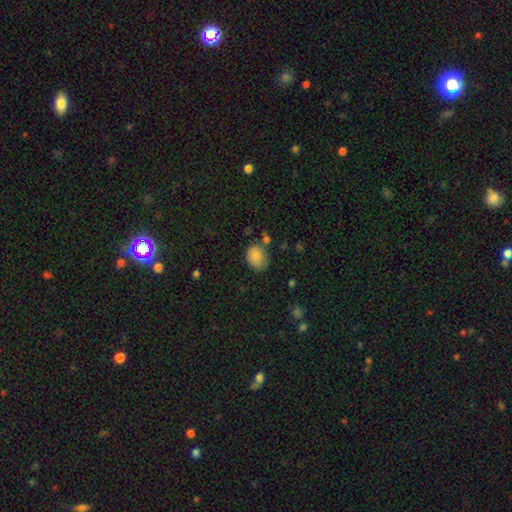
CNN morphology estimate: This appears to be a smooth galaxy with no disk features (84%) that is in between round and cigar-shaped (60%). Merging: none (59%).